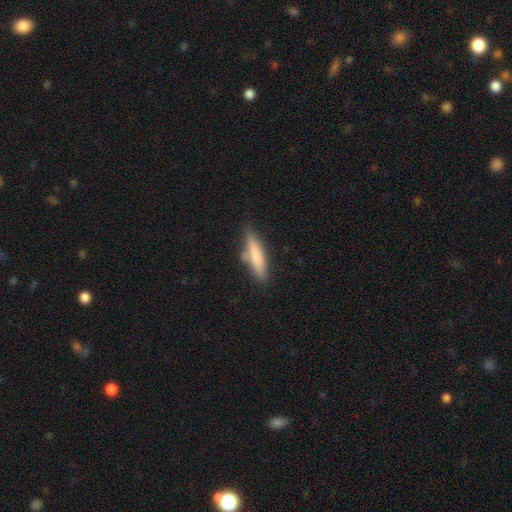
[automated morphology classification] A smooth galaxy with no disk features (70%) that is cigar-shaped (79%).

Vote fractions:
- Smooth or featured? smooth: 70% / featured or disk: 24% / star or artifact: 6%
- How rounded? cigar-shaped: 79% / in between: 20% / round: 2%
- Merging? none: 76% / minor disturbance: 15% / merger: 5% / major disturbance: 3%